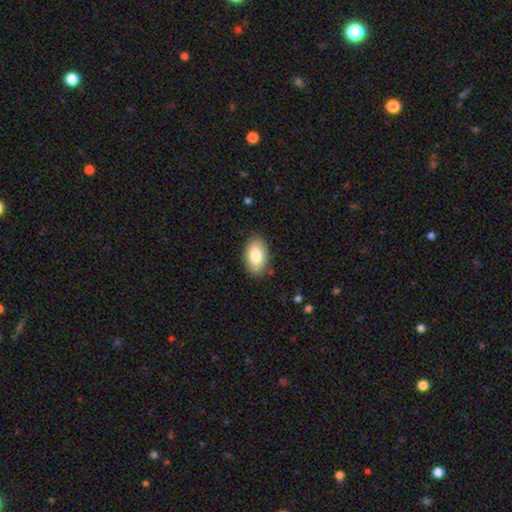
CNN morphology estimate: A smooth galaxy with no disk features (81%) that is in between round and cigar-shaped (92%).

Vote fractions:
- Smooth or featured? smooth: 81% / featured or disk: 12% / star or artifact: 7%
- How rounded? in between: 92% / round: 6% / cigar-shaped: 1%
- Merging? none: 85% / minor disturbance: 11% / major disturbance: 3% / merger: 1%